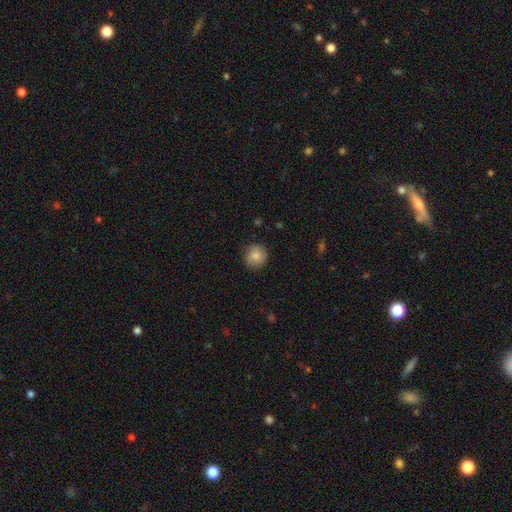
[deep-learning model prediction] smooth 83%, featured or disk 9%, star or artifact 8%. Down the decision tree: how rounded — round (90%); merging — none (84%).